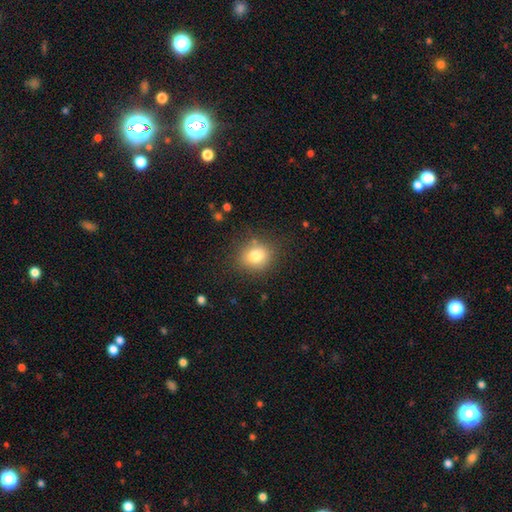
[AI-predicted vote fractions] The model was most divided on "how rounded": round: 72%, in between: 27%, cigar-shaped: 1%. More confident: merging — none (83%); smooth or featured — smooth (80%).